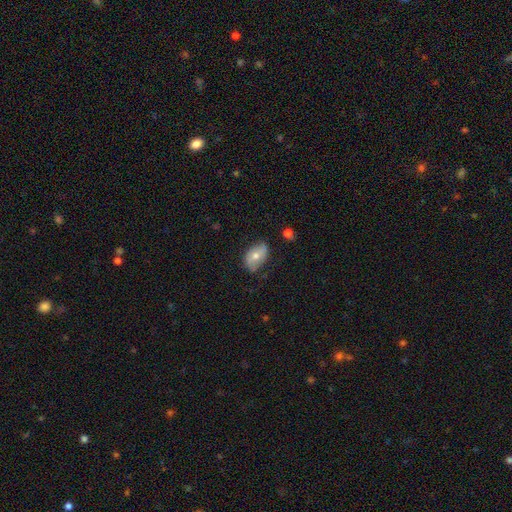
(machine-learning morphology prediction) type=smooth (55%); roundness=in between (89%); merging=none (72%).